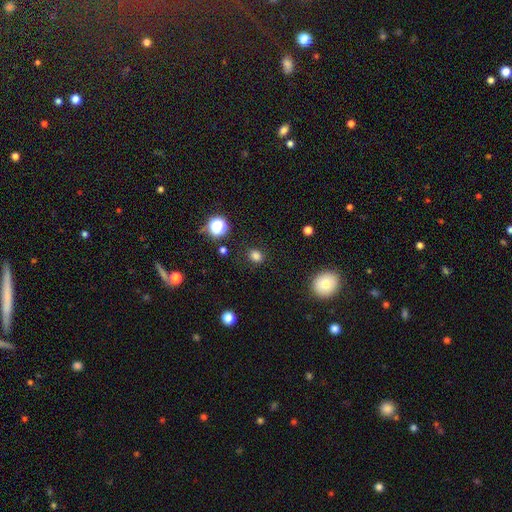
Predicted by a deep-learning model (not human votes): Smooth or featured?
  - smooth: 79% *
  - star or artifact: 16%
  - featured or disk: 4%
How rounded?
  - round: 57% *
  - in between: 42%
  - cigar-shaped: 1%
Merging?
  - none: 84% *
  - minor disturbance: 11%
  - major disturbance: 4%
  - merger: 2%